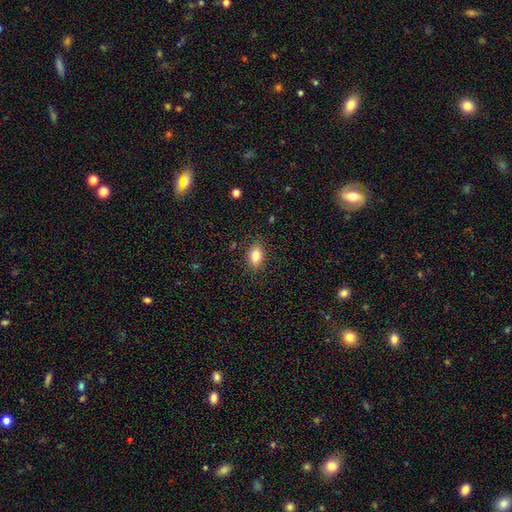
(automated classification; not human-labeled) Overall: smooth (81%). How rounded: in between (85%). Merging: none (86%).